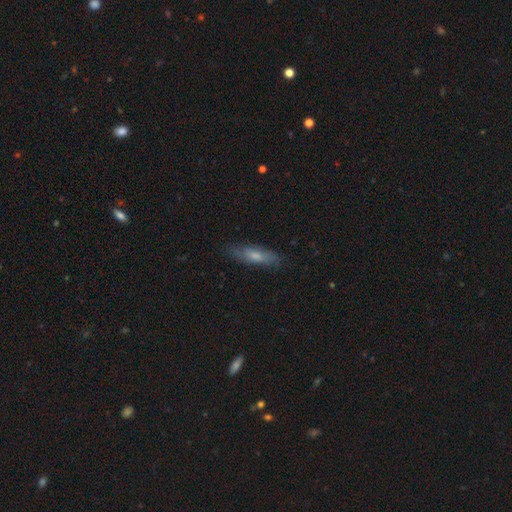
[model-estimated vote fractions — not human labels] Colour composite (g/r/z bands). It shows a smooth galaxy with no disk features (62%) that is cigar-shaped (55%). Merging: none (80%).